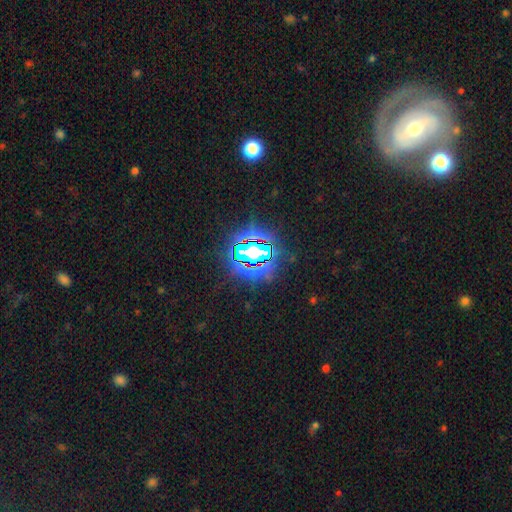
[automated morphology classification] smooth_or_featured: star or artifact (p=0.78) [alt: smooth p=0.11]